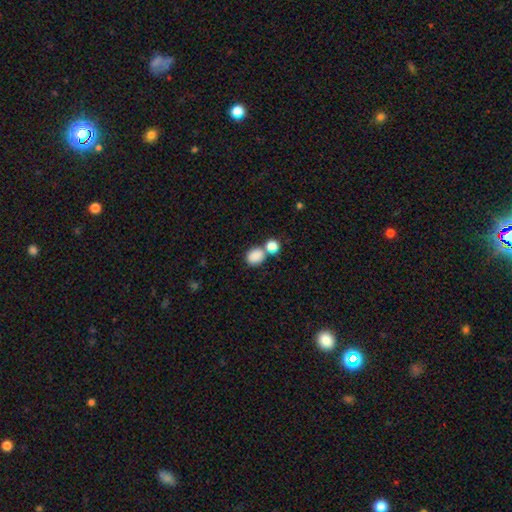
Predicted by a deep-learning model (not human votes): Smooth or featured: smooth — 85% (star or artifact — 10%)
How rounded: round — 53% (in between — 45%)
Merging: none — 54% (merger — 31%)